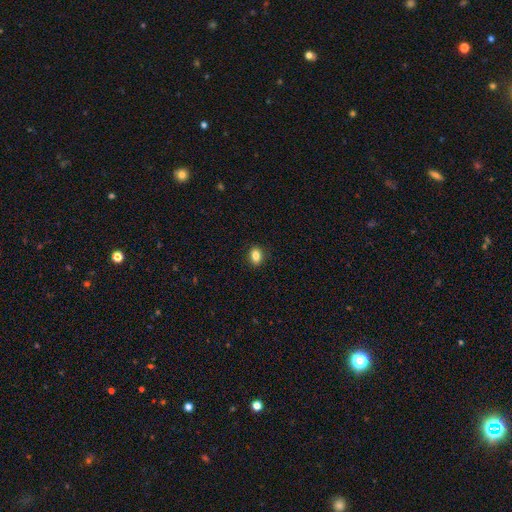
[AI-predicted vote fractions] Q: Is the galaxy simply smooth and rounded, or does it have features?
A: smooth — 85%.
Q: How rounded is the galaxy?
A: in between — 70%.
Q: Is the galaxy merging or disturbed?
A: none — 90%.